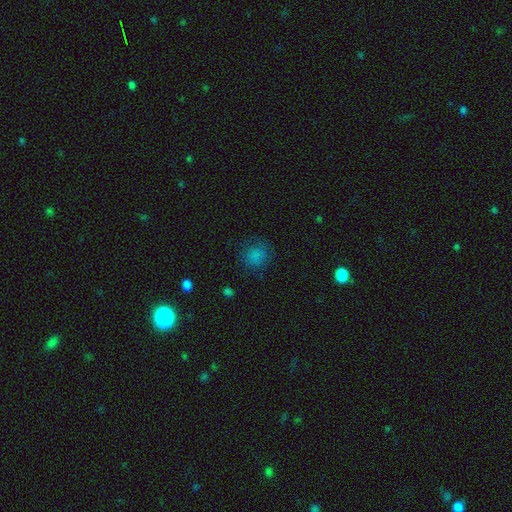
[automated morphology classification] This appears to be a smooth galaxy with no disk features (80%) that is round (84%). Merging: none (78%).